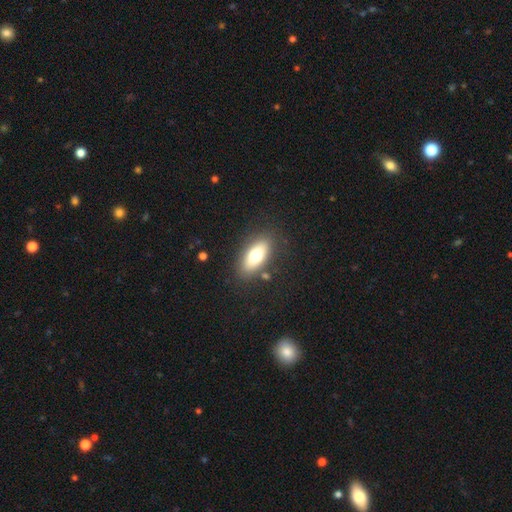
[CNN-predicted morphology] A smooth galaxy with no disk features (70%) that is in between round and cigar-shaped (84%). Merging: none (83%).